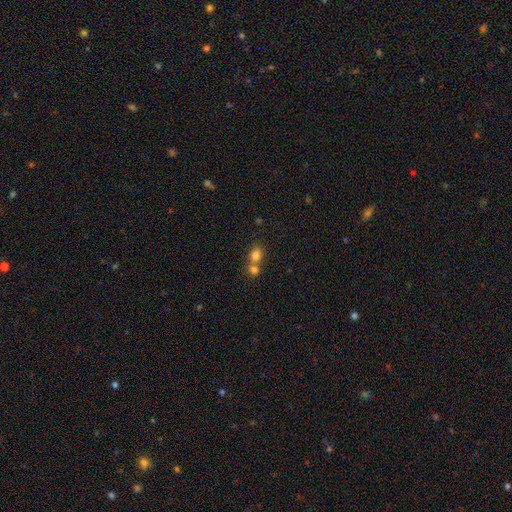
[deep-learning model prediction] Q: Smooth or featured?
A: smooth (80%); runner-up: star or artifact (11%)
Q: How rounded?
A: in between (51%); runner-up: round (47%)
Q: Merging?
A: merger (54%); runner-up: none (37%)